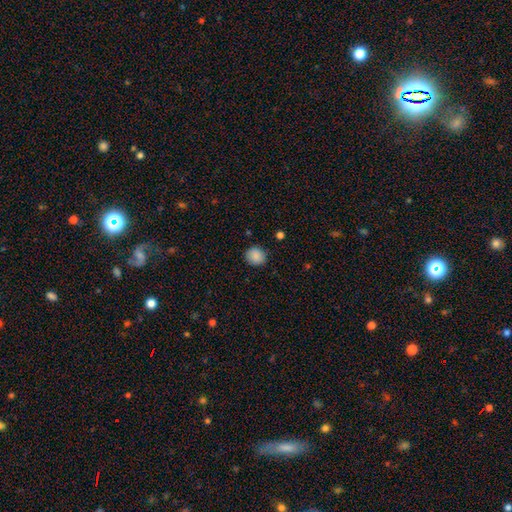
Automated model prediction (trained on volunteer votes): This is clearly a smooth galaxy (88%). How rounded: clearly round (82%). Merging: clearly none (87%).